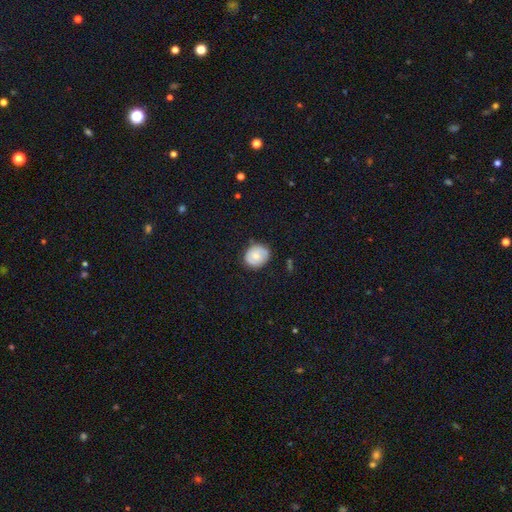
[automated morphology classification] This appears to be a smooth galaxy with no disk features (68%) that is round (63%). Merging: none (77%).